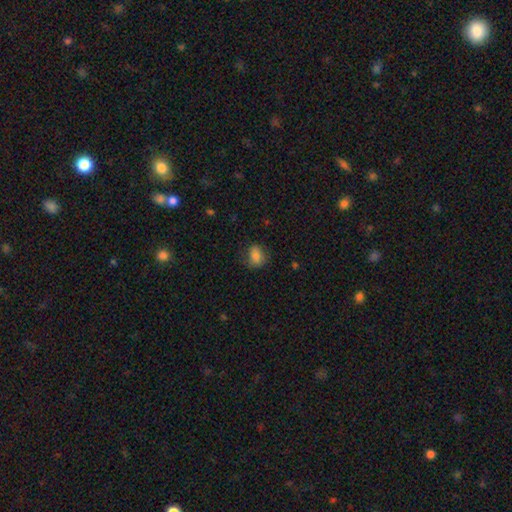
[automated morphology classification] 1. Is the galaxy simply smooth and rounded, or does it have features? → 82% smooth, 9% featured or disk, 9% star or artifact.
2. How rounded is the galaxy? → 58% in between, 41% round, 1% cigar-shaped.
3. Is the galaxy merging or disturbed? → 71% none, 21% minor disturbance, 7% major disturbance, 1% merger.